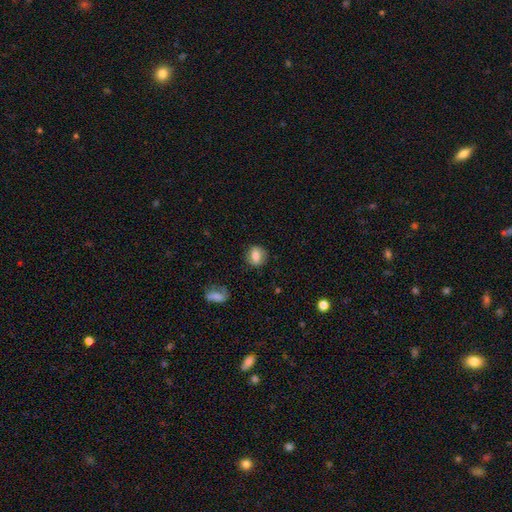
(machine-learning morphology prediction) Smooth or featured?
  - smooth: 71% *
  - featured or disk: 20%
  - star or artifact: 9%
How rounded?
  - round: 58% *
  - in between: 40%
  - cigar-shaped: 2%
Merging?
  - none: 81% *
  - minor disturbance: 13%
  - major disturbance: 4%
  - merger: 2%